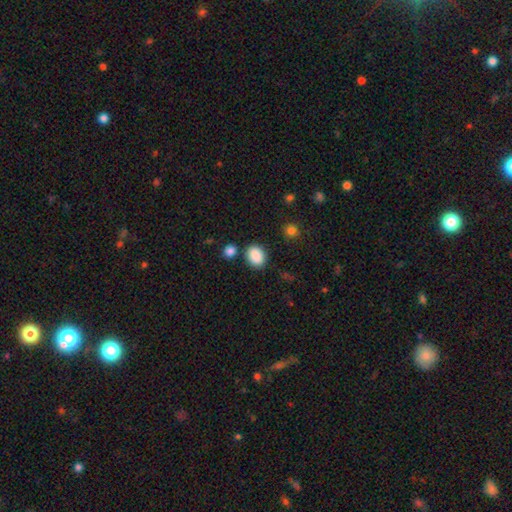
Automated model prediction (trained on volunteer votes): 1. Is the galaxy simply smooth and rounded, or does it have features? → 89% smooth, 8% star or artifact, 3% featured or disk.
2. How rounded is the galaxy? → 65% in between, 34% round, 1% cigar-shaped.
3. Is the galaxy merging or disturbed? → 80% none, 11% minor disturbance, 6% merger, 3% major disturbance.